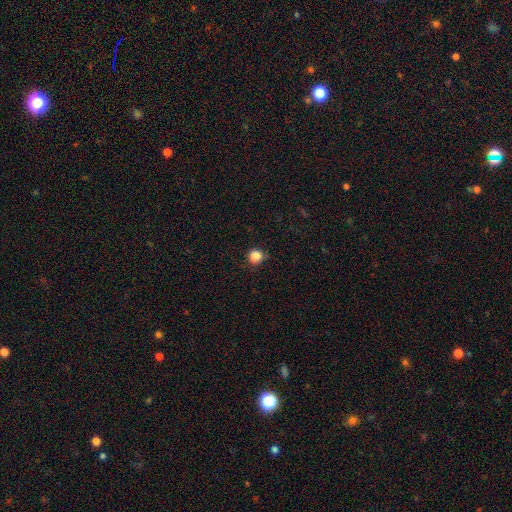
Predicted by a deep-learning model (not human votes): A smooth galaxy with no disk features (85%) that is round (91%).

Vote fractions:
- Smooth or featured? smooth: 85% / star or artifact: 11% / featured or disk: 3%
- How rounded? round: 91% / in between: 8% / cigar-shaped: 1%
- Merging? none: 82% / minor disturbance: 13% / major disturbance: 3% / merger: 2%